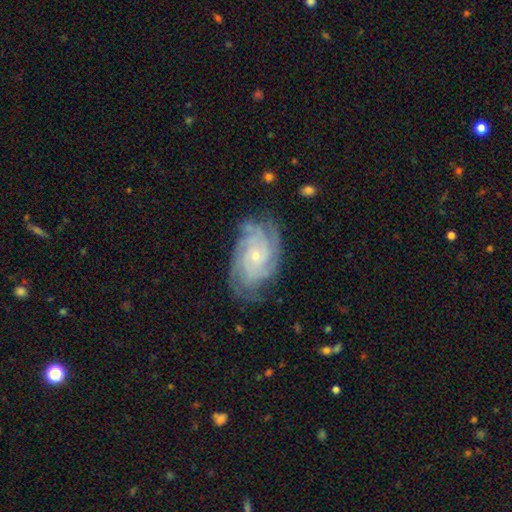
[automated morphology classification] A featured or disk galaxy (86%) with no bar (75%), 4 (34%) tight (73%) spiral arms (98%) and a small central bulge (75%).

Vote fractions:
- Smooth or featured? featured or disk: 86% / smooth: 8% / star or artifact: 6%
- Edge-on disk? no: 97% / yes: 3%
- Bar? no: 75% / weak: 20% / strong: 5%
- Spiral arms? yes: 98% / no: 2%
- Spiral winding? tight: 73% / medium: 23% / loose: 4%
- Spiral arm count? 4: 34% / can't tell: 22% / 3: 16% / more than 4: 14% / 2: 8% / 1: 6%
- Bulge size? small: 75% / moderate: 21% / none: 2% / large: 1% / dominant: 1%
- Merging? none: 76% / minor disturbance: 17% / major disturbance: 5% / merger: 1%